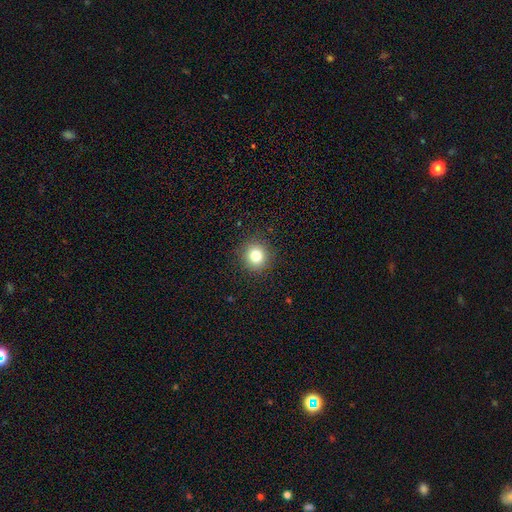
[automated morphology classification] A smooth galaxy with no disk features (80%) that is round (92%).

Vote fractions:
- Smooth or featured? smooth: 80% / star or artifact: 12% / featured or disk: 8%
- How rounded? round: 92% / in between: 7% / cigar-shaped: 1%
- Merging? none: 90% / minor disturbance: 6% / major disturbance: 2% / merger: 1%